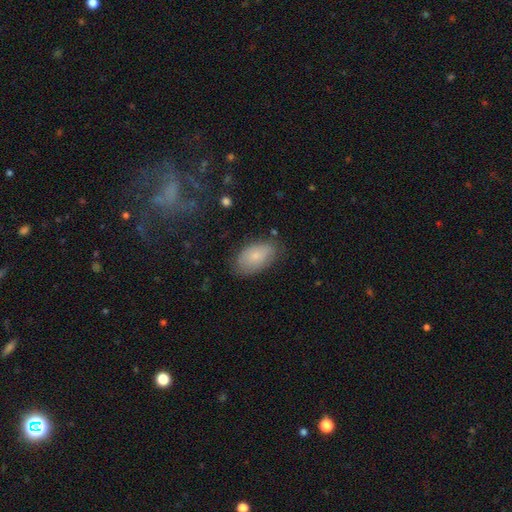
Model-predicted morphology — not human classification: The model was most divided on "merging": none: 75%, minor disturbance: 19%, major disturbance: 5%, merger: 1%. More confident: how rounded — in between (94%); smooth or featured — smooth (75%).